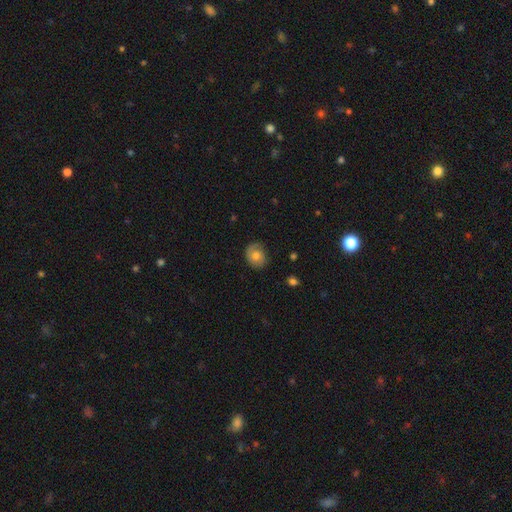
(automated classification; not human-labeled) This is possibly a smooth galaxy (59%). How rounded: likely round (63%). Merging: likely none (74%).